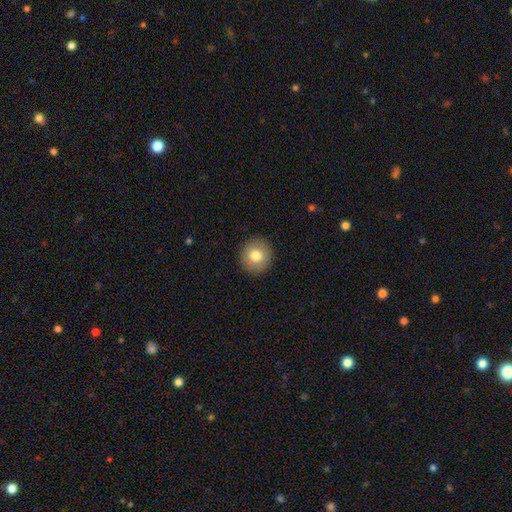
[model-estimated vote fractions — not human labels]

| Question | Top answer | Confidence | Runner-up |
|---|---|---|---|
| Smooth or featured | smooth | 79% | featured or disk (12%) |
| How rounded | round | 88% | in between (11%) |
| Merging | none | 89% | minor disturbance (8%) |